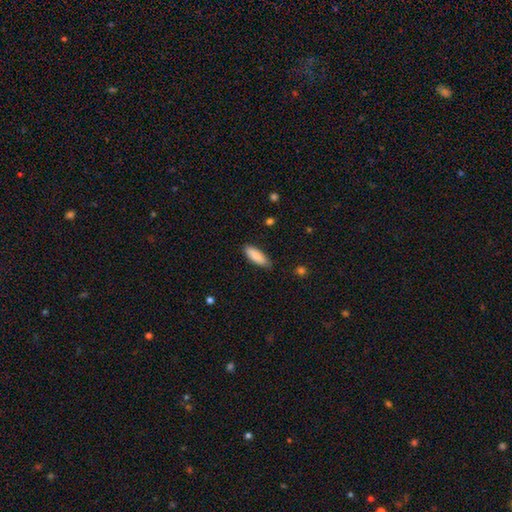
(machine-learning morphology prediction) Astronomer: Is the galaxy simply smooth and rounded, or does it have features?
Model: smooth — 87%.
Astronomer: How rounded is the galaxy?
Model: in between — 60% (runner-up: cigar-shaped, 38%).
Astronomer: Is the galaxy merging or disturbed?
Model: none — 83%.